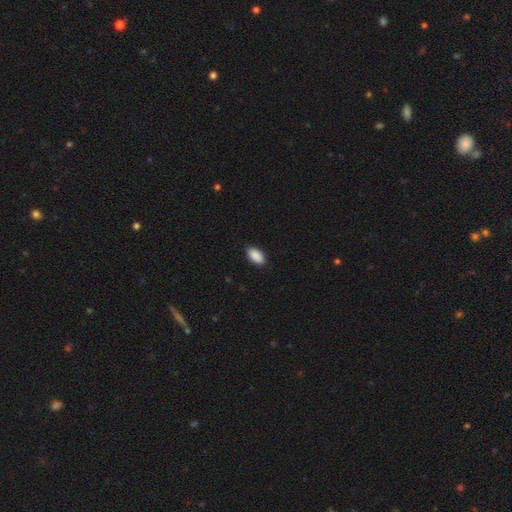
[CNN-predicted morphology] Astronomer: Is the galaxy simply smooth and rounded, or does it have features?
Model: smooth — 91%.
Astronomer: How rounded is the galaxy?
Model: in between — 94%.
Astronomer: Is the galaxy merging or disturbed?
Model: none — 90%.